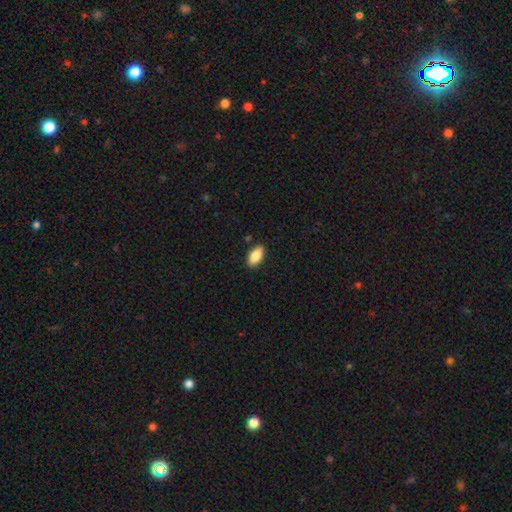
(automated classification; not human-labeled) Smooth or featured?
  - smooth: 85% *
  - featured or disk: 8%
  - star or artifact: 7%
How rounded?
  - in between: 90% *
  - cigar-shaped: 7%
  - round: 3%
Merging?
  - none: 88% *
  - minor disturbance: 9%
  - major disturbance: 2%
  - merger: 1%